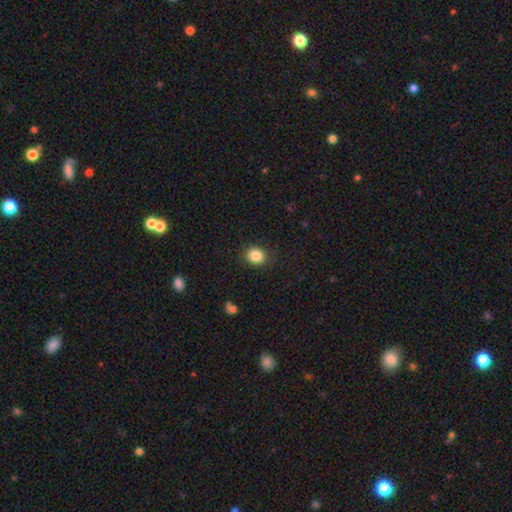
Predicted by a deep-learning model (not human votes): Overall: smooth (86%). How rounded: round (73%). Merging: none (88%).